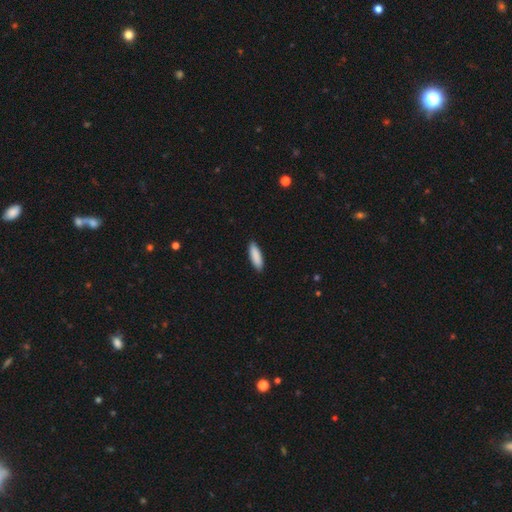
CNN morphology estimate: A smooth galaxy with no disk features (89%) that is cigar-shaped (50%). Merging: none (89%).